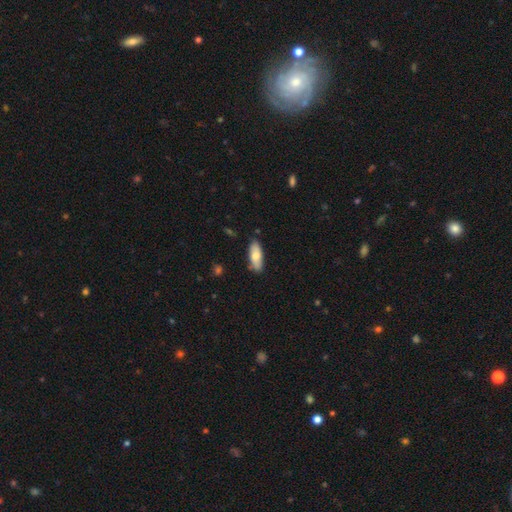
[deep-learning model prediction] Smooth or featured: smooth — 72% (featured or disk — 22%)
How rounded: in between — 73% (cigar-shaped — 25%)
Merging: none — 82% (minor disturbance — 14%)